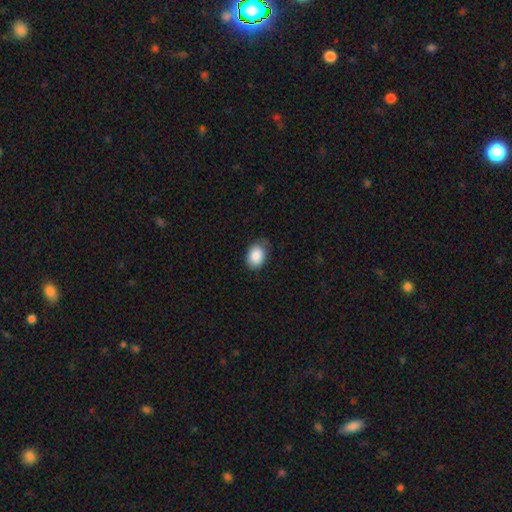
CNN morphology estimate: A smooth galaxy with no disk features (87%) that is in between round and cigar-shaped (74%).

Vote fractions:
- Smooth or featured? smooth: 87% / star or artifact: 7% / featured or disk: 5%
- How rounded? in between: 74% / round: 26% / cigar-shaped: 1%
- Merging? none: 73% / minor disturbance: 22% / major disturbance: 4% / merger: 1%